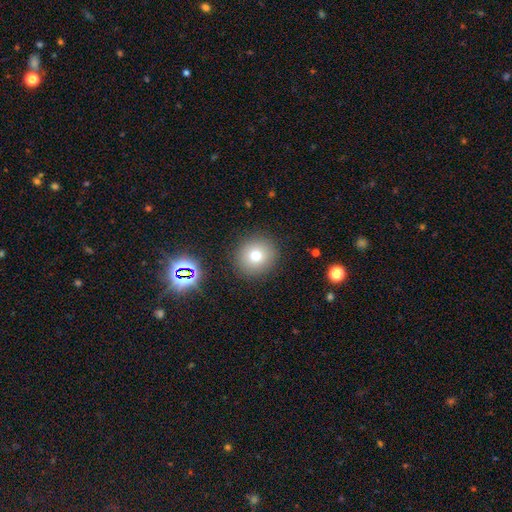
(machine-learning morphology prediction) smooth_or_featured: smooth (p=0.71) [alt: star or artifact p=0.16]
how_rounded: round (p=0.90) [alt: in between p=0.10]
merging: none (p=0.89) [alt: minor disturbance p=0.07]